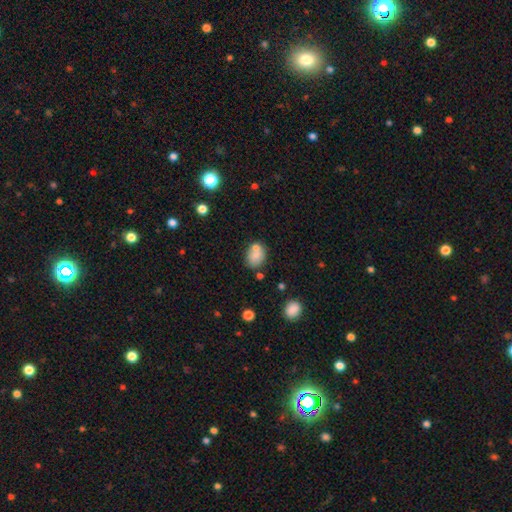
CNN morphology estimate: Smooth or featured? Predicted: smooth (p=0.76). How rounded? Predicted: in between (p=0.64). Merging? Predicted: none (p=0.53).